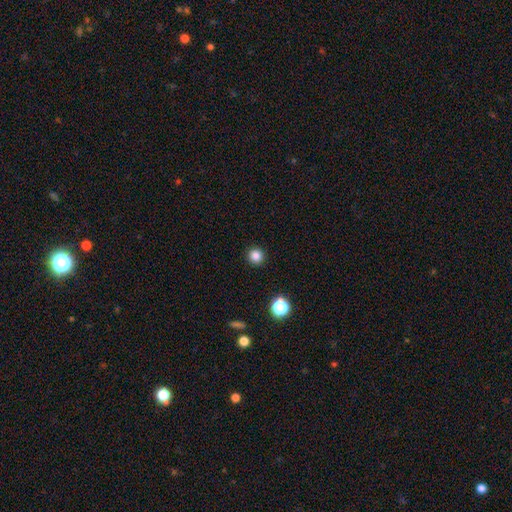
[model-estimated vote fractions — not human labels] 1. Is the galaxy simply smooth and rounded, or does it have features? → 83% smooth, 13% star or artifact, 4% featured or disk.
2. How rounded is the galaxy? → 95% round, 4% in between, 1% cigar-shaped.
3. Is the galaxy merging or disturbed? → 93% none, 4% minor disturbance, 2% major disturbance, 1% merger.